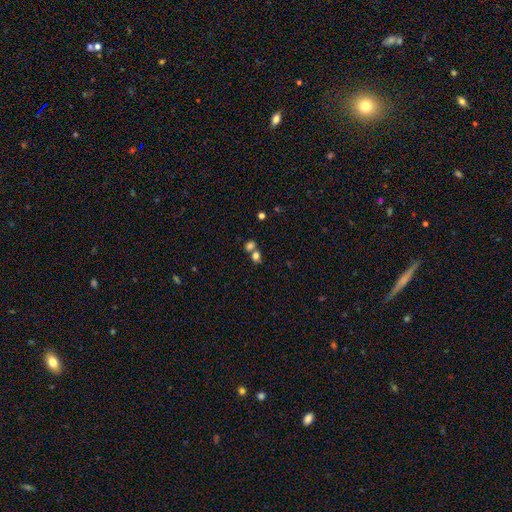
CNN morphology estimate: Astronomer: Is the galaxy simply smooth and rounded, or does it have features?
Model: smooth — 75%.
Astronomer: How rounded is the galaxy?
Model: round — 49%, tied with in between at 49%.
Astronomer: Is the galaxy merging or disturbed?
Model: merger — 50% (runner-up: none, 39%).